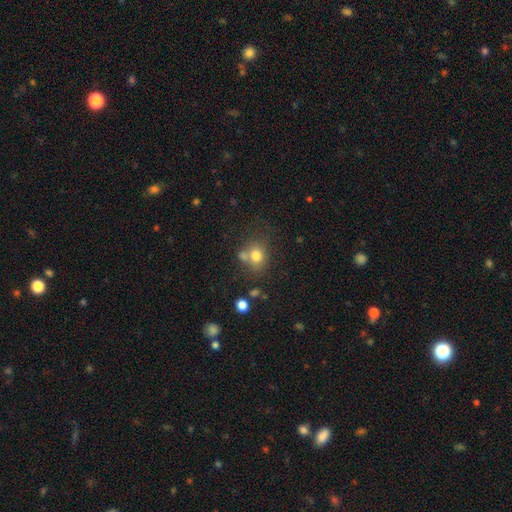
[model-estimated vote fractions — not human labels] Smooth or featured: smooth — 75% (star or artifact — 13%)
How rounded: round — 66% (in between — 33%)
Merging: none — 52% (merger — 25%)